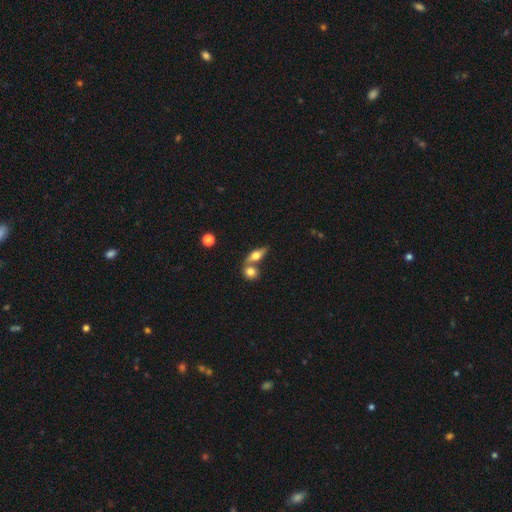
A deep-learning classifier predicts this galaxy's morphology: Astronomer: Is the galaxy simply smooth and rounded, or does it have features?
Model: smooth — 48% (runner-up: featured or disk, 44%).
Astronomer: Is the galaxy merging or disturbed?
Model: none — 49% (runner-up: merger, 38%).